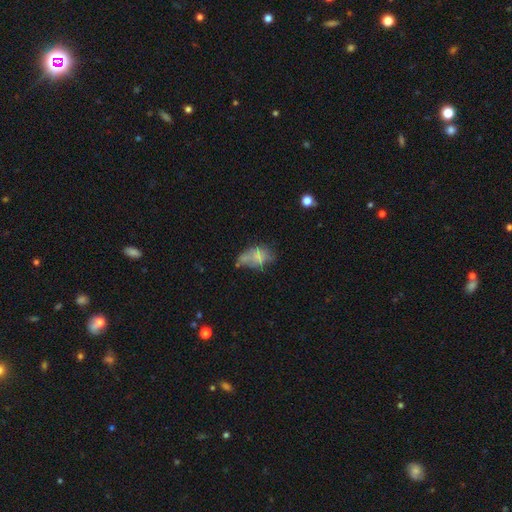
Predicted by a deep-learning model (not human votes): Q: Smooth or featured?
A: smooth (51%); runner-up: featured or disk (35%)
Q: How rounded?
A: in between (85%); runner-up: round (12%)
Q: Merging?
A: none (33%); runner-up: minor disturbance (27%)